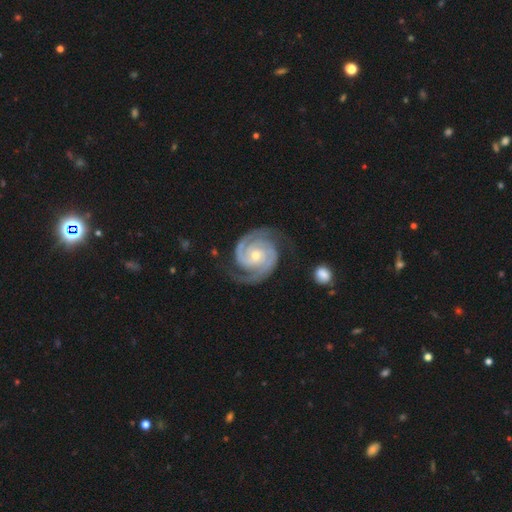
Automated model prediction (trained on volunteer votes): A featured or disk galaxy (94%) with no bar (67%), 2 (91%) tight (68%) spiral arms (99%) and a small central bulge (52%).

Vote fractions:
- Smooth or featured? featured or disk: 94% / star or artifact: 3% / smooth: 3%
- Edge-on disk? no: 98% / yes: 2%
- Bar? no: 67% / weak: 24% / strong: 9%
- Spiral arms? yes: 99% / no: 1%
- Spiral winding? tight: 68% / medium: 29% / loose: 3%
- Spiral arm count? 2: 91% / 3: 4% / can't tell: 2% / 4: 1% / 1: 1% / more than 4: 1%
- Bulge size? small: 52% / moderate: 45% / large: 2% / none: 1% / dominant: 1%
- Merging? none: 79% / minor disturbance: 14% / major disturbance: 5% / merger: 2%